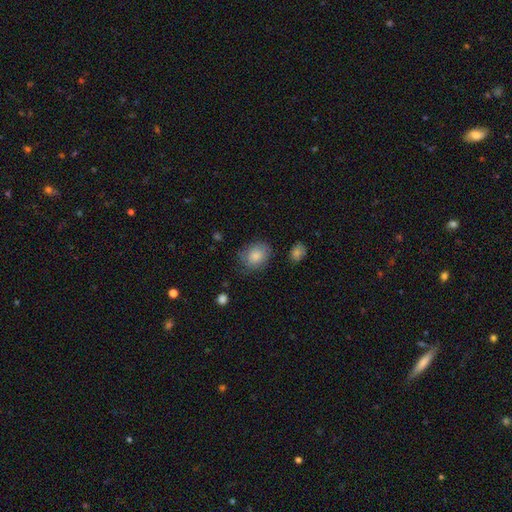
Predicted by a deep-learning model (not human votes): Smooth or featured? smooth (82%)
How rounded? in between (56%)
Merging? none (70%)